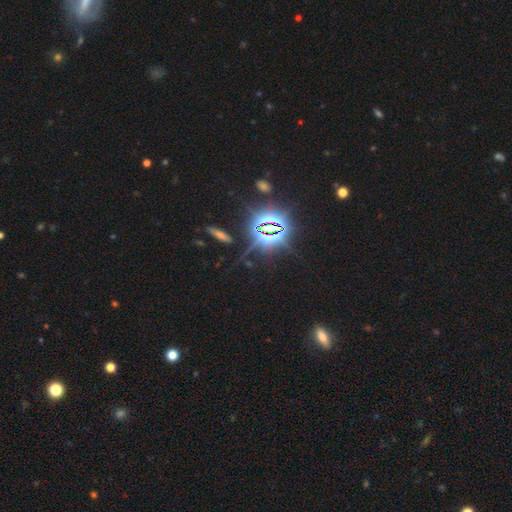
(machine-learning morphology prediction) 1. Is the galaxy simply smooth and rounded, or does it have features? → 81% star or artifact, 11% smooth, 8% featured or disk.